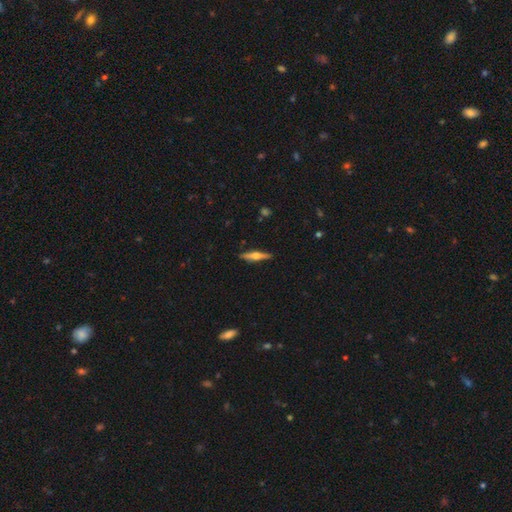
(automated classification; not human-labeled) Smooth or featured? Predicted: featured or disk (p=0.65). Edge-on disk? Predicted: yes (p=0.97). Edge-on bulge? Predicted: rounded (p=0.91). Merging? Predicted: none (p=0.90).